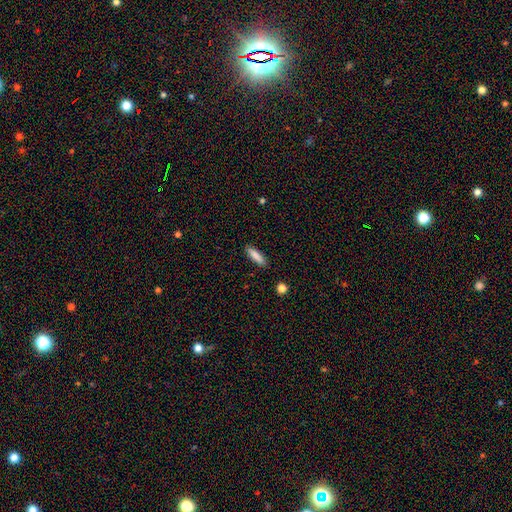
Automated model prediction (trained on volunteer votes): Smooth or featured: smooth — 85% (featured or disk — 8%)
How rounded: cigar-shaped — 67% (in between — 32%)
Merging: none — 89% (minor disturbance — 8%)